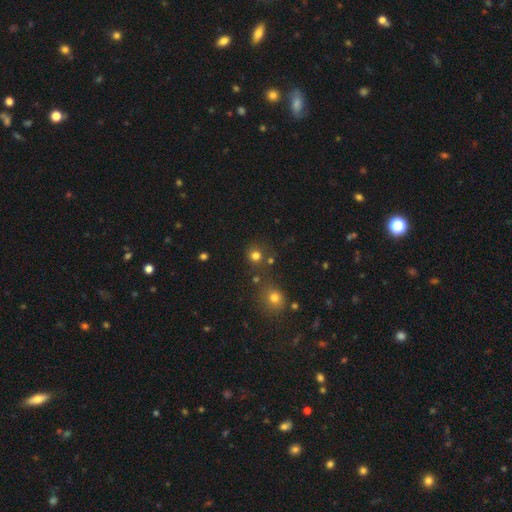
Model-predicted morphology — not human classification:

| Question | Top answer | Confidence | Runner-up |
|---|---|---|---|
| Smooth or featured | smooth | 76% | star or artifact (18%) |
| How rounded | round | 90% | in between (9%) |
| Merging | none | 73% | merger (15%) |